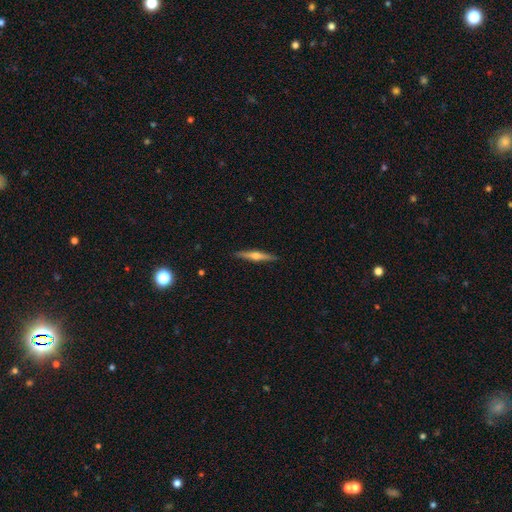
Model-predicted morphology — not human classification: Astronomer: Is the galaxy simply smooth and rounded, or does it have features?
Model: featured or disk — 65%.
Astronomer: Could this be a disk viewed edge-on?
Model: yes — 97%.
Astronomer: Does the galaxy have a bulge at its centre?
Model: rounded — 89%.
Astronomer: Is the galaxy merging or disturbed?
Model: none — 91%.